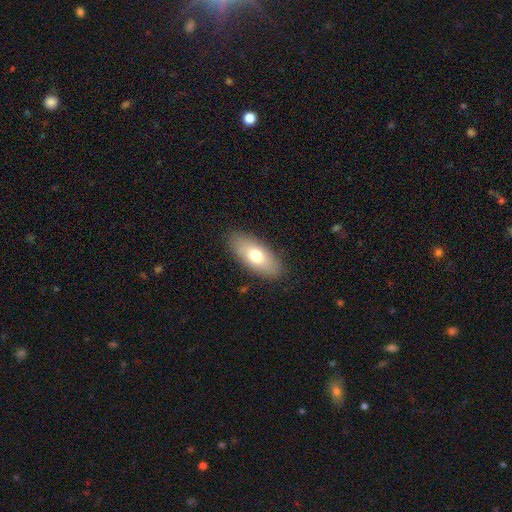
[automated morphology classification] The model was most divided on "smooth or featured": smooth: 71%, featured or disk: 22%, star or artifact: 7%. More confident: merging — none (87%); how rounded — in between (85%).